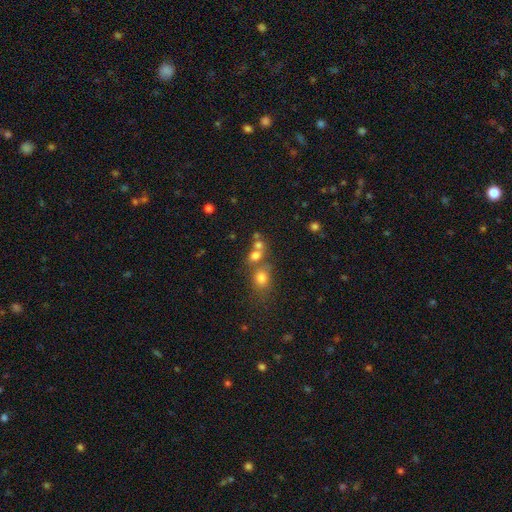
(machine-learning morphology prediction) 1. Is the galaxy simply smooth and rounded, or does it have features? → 69% smooth, 17% star or artifact, 14% featured or disk.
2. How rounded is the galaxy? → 53% round, 45% in between, 2% cigar-shaped.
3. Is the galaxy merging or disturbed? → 50% merger, 37% none, 9% minor disturbance, 5% major disturbance.